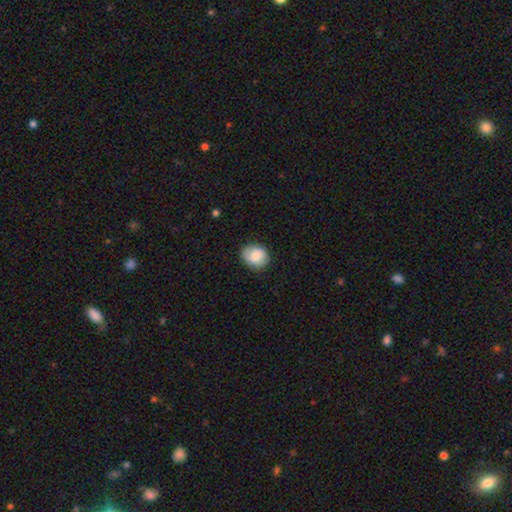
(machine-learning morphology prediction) A smooth galaxy with no disk features (78%) that is round (54%).

Vote fractions:
- Smooth or featured? smooth: 78% / featured or disk: 15% / star or artifact: 7%
- How rounded? round: 54% / in between: 45% / cigar-shaped: 1%
- Merging? none: 78% / minor disturbance: 17% / major disturbance: 3% / merger: 1%